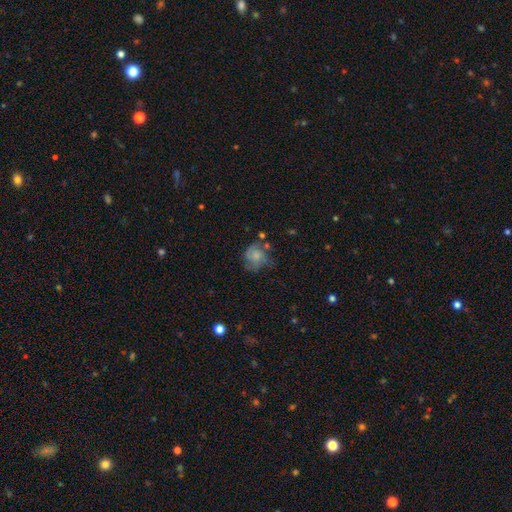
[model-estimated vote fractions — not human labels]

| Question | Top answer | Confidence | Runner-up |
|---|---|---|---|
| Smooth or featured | smooth | 47% | featured or disk (43%) |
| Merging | none | 49% | minor disturbance (26%) |